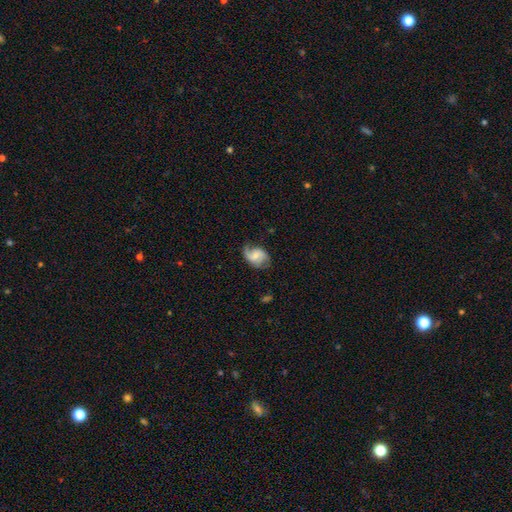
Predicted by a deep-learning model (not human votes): This is likely a featured or disk galaxy (69%). It is clearly not viewed edge-on (97%). Bar: possibly no (49%). Spiral arm pattern: clearly yes (93%). Spiral arm count: likely 2 (75%). Spiral winding: marginally medium (42%). Central bulge: marginally small (44%). Merging: likely none (61%).